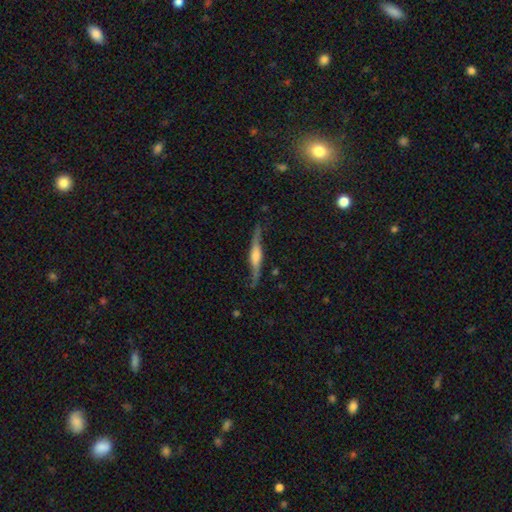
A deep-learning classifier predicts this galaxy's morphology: Q: Smooth or featured?
A: featured or disk (76%); runner-up: smooth (18%)
Q: Edge-on disk?
A: yes (86%); runner-up: no (14%)
Q: Edge-on bulge?
A: rounded (71%); runner-up: boxy (21%)
Q: Merging?
A: none (75%); runner-up: minor disturbance (18%)